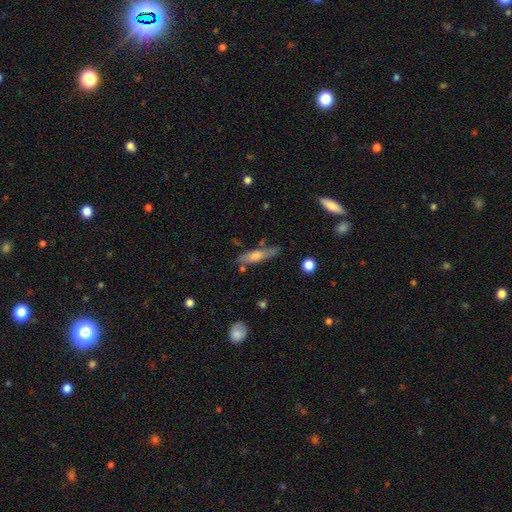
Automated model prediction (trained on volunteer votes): This is possibly a smooth galaxy (51%). How rounded: likely cigar-shaped (79%). Merging: likely none (74%).